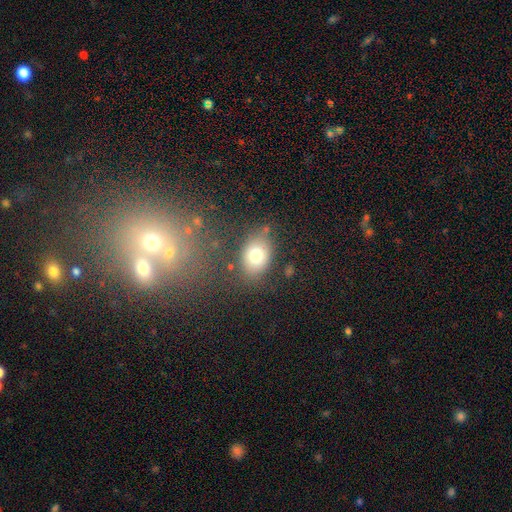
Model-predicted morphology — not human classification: smooth-or-featured: smooth: 76% | featured or disk: 14% | star or artifact: 10%
  how-rounded: in between: 73% | round: 26% | cigar-shaped: 1%
  merging: none: 71% | minor disturbance: 17% | major disturbance: 6% | merger: 6%